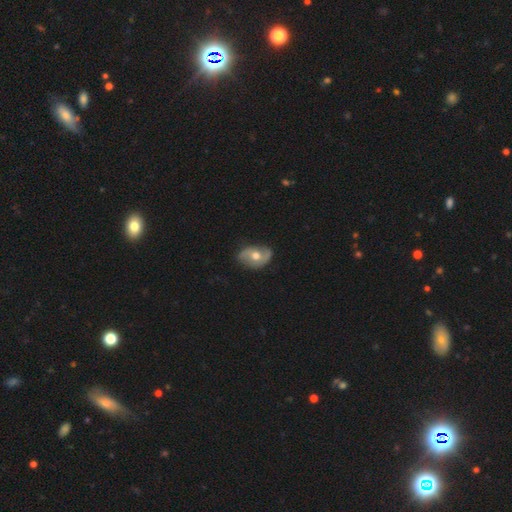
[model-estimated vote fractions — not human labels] featured or disk 62%, smooth 32%, star or artifact 6%. Down the decision tree: edge-on disk — no (94%); bar — no (69%); spiral arms — yes (72%); bulge size — moderate (78%); merging — none (70%).